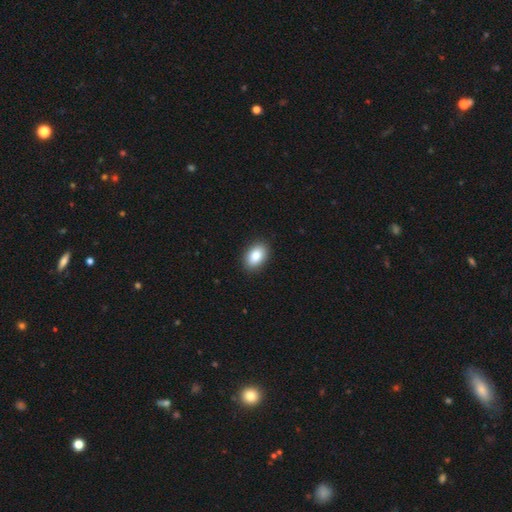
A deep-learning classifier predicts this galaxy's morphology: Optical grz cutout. It shows a smooth galaxy with no disk features (85%) that is in between round and cigar-shaped (86%). Merging: none (90%).